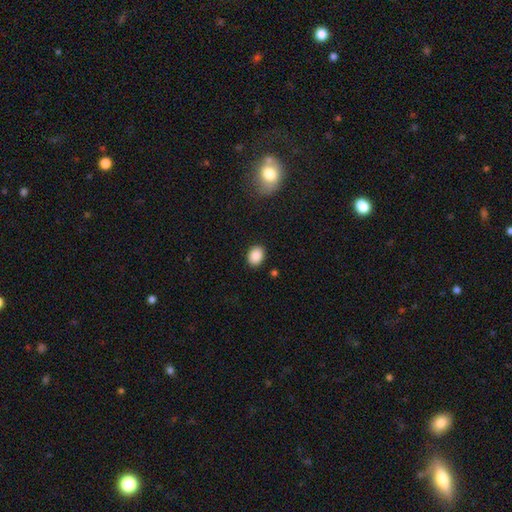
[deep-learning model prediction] Overall: smooth (88%). How rounded: in between (60%; round 39%). Merging: none (89%).